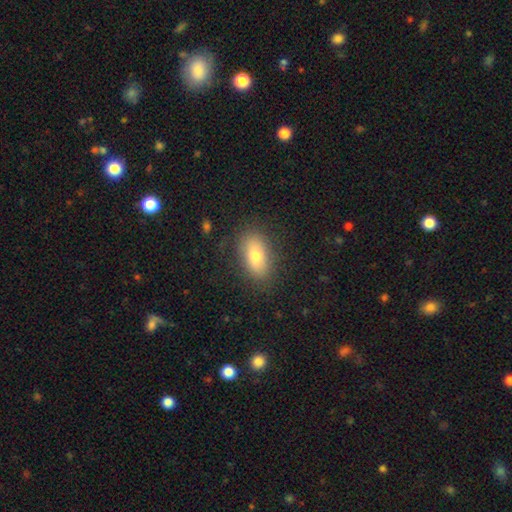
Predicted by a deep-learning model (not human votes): smooth-or-featured: smooth: 75% | featured or disk: 16% | star or artifact: 9%
  how-rounded: in between: 87% | round: 8% | cigar-shaped: 5%
  merging: none: 84% | minor disturbance: 11% | major disturbance: 4% | merger: 1%